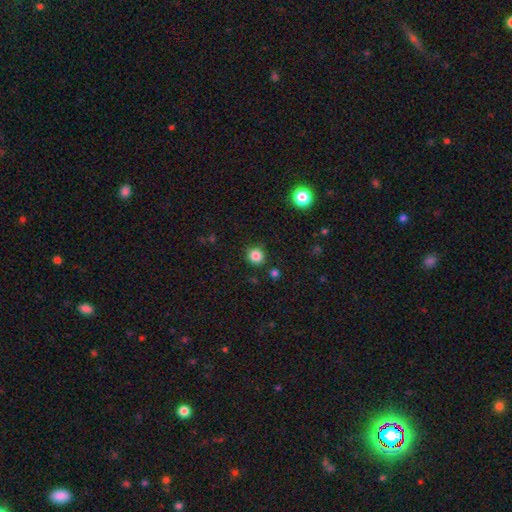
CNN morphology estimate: Overall: smooth (84%). How rounded: round (90%). Merging: none (89%).